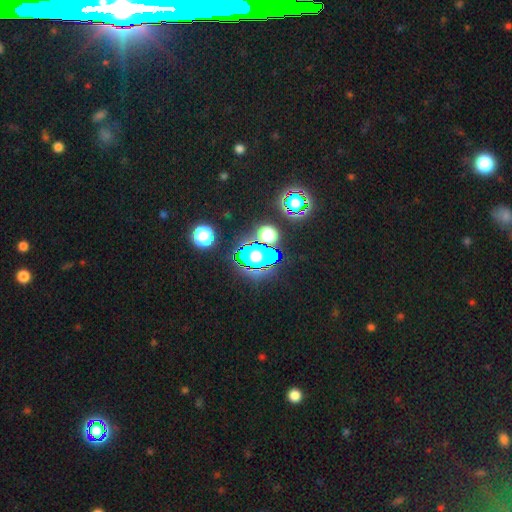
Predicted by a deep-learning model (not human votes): star or artifact 54%, smooth 30%, featured or disk 16%.